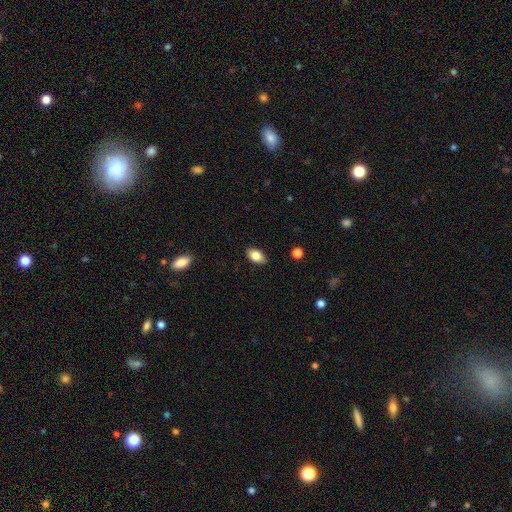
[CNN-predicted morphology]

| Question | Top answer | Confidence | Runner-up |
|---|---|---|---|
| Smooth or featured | smooth | 83% | featured or disk (9%) |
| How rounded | in between | 90% | round (8%) |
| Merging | none | 87% | minor disturbance (10%) |